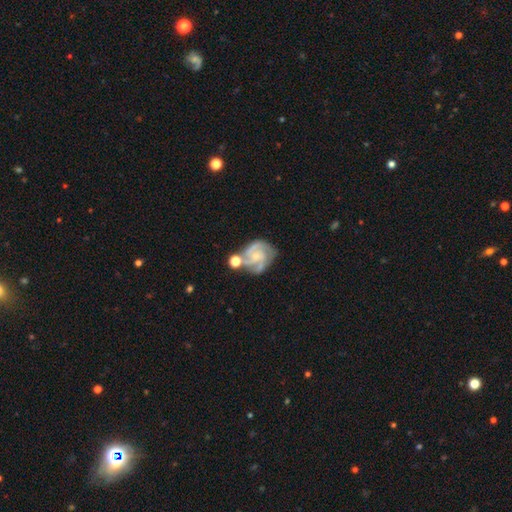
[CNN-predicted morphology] smooth-or-featured: featured or disk: 85% | smooth: 9% | star or artifact: 6%
  disk-edge-on: no: 98% | yes: 2%
    bar: no: 63% | weak: 31% | strong: 6%
    has-spiral-arms: yes: 97% | no: 3%
      spiral-winding: tight: 46% | medium: 45% | loose: 9%
      spiral-arm-count: 3: 47% | 2: 28% | can't tell: 10% | 4: 8% | 1: 4% | more than 4: 3%
    bulge-size: small: 64% | moderate: 21% | none: 13% | large: 2% | dominant: 1%
  merging: none: 53% | minor disturbance: 20% | merger: 16% | major disturbance: 10%